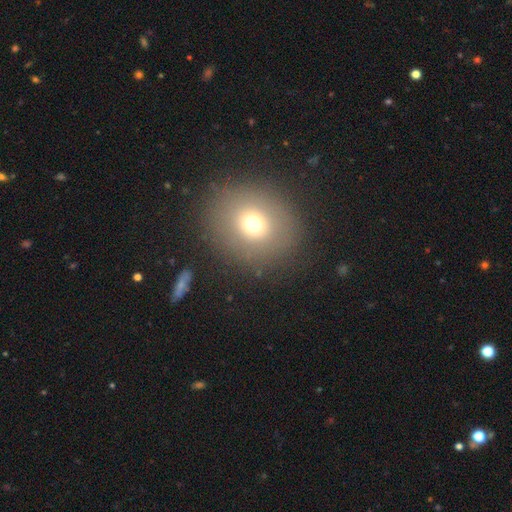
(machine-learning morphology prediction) Smooth or featured: smooth — 69% (star or artifact — 16%)
How rounded: round — 74% (in between — 25%)
Merging: none — 87% (minor disturbance — 8%)